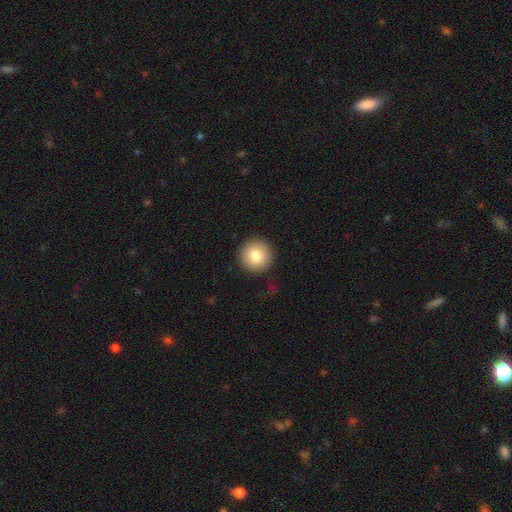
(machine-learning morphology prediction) smooth_or_featured: smooth (p=0.81) [alt: featured or disk p=0.10]
how_rounded: round (p=0.95) [alt: in between p=0.04]
merging: none (p=0.90) [alt: minor disturbance p=0.06]